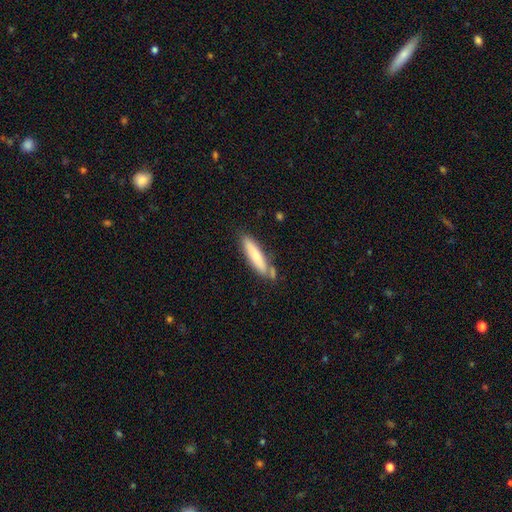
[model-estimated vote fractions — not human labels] Smooth or featured?
  - smooth: 73% *
  - featured or disk: 21%
  - star or artifact: 6%
How rounded?
  - cigar-shaped: 79% *
  - in between: 20%
  - round: 1%
Merging?
  - none: 70% *
  - minor disturbance: 17%
  - merger: 10%
  - major disturbance: 4%